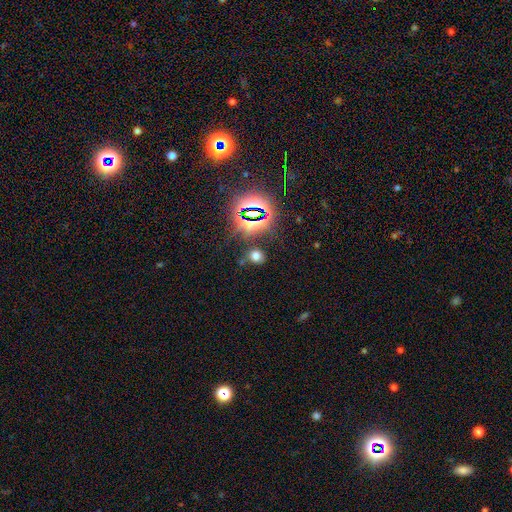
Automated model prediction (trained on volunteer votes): This appears to be a smooth galaxy with no disk features (60%) that is round (67%). Merging: none (77%).